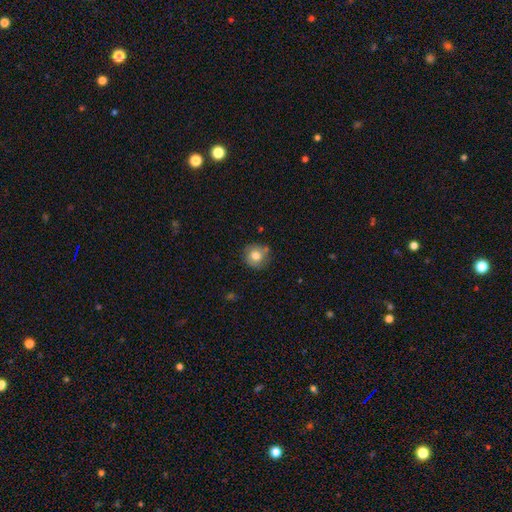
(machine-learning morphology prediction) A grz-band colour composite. It shows a smooth galaxy with no disk features (77%) that is round (88%). Merging: none (74%).